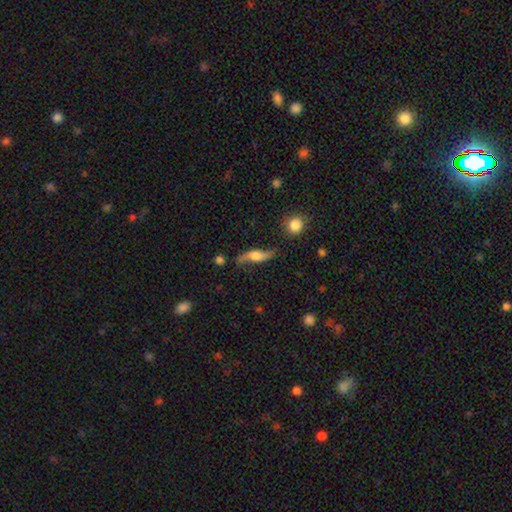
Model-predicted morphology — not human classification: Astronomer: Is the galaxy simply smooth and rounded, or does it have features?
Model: featured or disk — 65%.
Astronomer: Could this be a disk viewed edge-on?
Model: no — 65%.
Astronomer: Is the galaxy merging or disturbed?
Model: none — 70%.